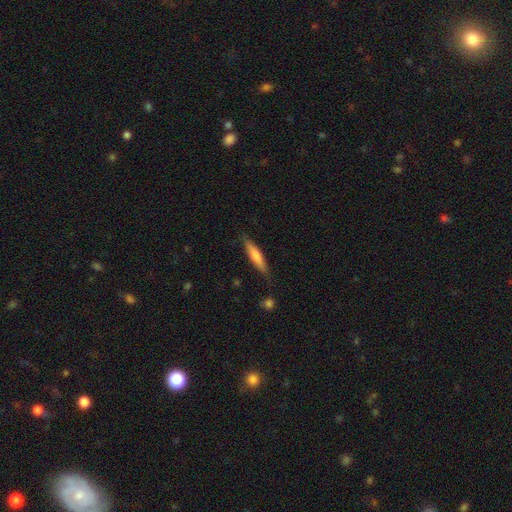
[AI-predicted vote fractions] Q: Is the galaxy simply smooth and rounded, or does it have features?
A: smooth — 67%.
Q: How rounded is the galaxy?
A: cigar-shaped — 87%.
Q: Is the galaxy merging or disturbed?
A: none — 85%.